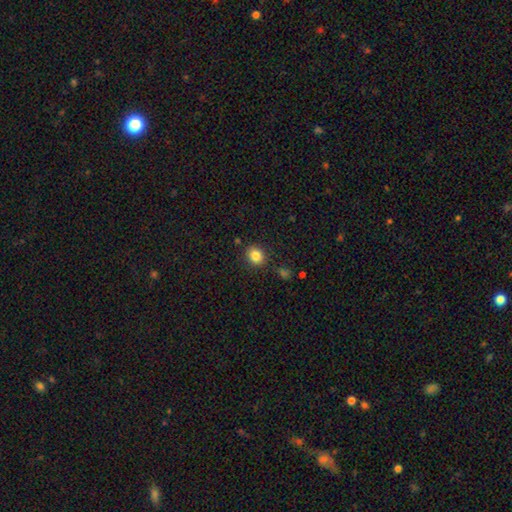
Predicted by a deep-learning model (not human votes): smooth 85%, star or artifact 10%, featured or disk 5%. Down the decision tree: how rounded — round (74%); merging — none (87%).